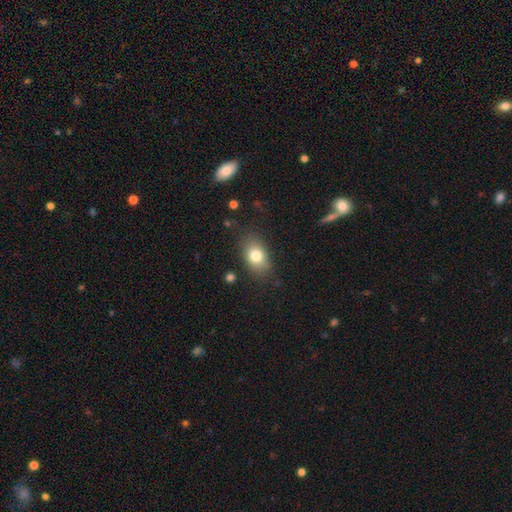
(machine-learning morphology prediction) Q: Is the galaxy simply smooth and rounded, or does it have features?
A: smooth — 78%.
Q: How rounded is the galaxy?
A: in between — 78%.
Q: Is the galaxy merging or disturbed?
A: none — 79%.